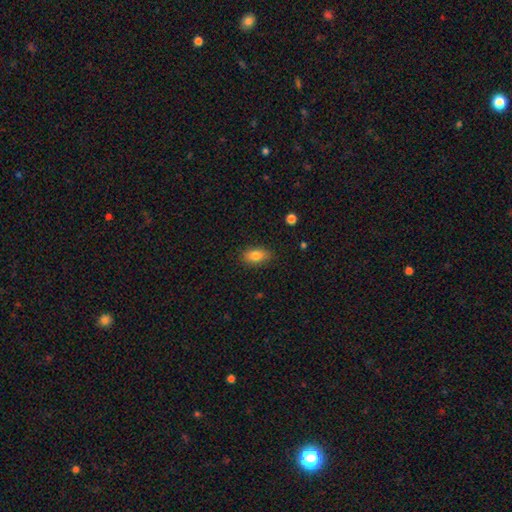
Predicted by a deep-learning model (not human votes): smooth 81%, featured or disk 10%, star or artifact 8%. Down the decision tree: how rounded — in between (86%); merging — none (83%).